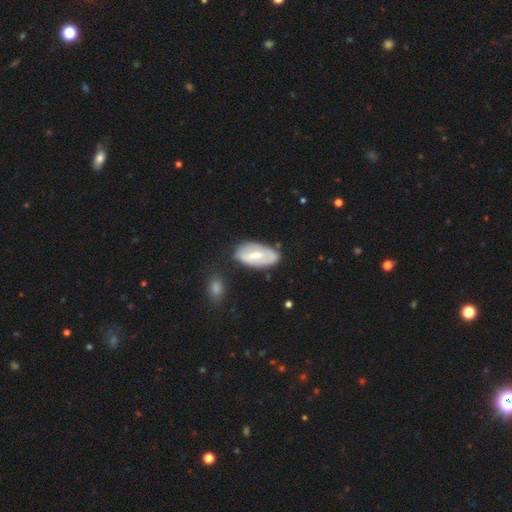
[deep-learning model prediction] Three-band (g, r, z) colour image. It shows a featured or disk galaxy (55%) with a weak bar (45%), no spiral arms (52%) and a moderate central bulge (54%). Merging: none (66%).